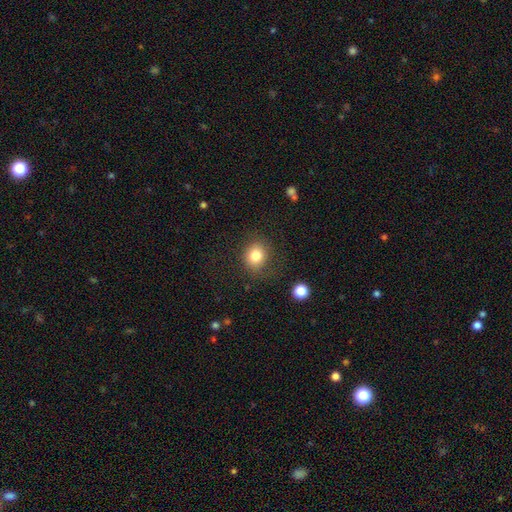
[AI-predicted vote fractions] This appears to be a smooth galaxy with no disk features (81%) that is round (71%). Merging: none (78%).